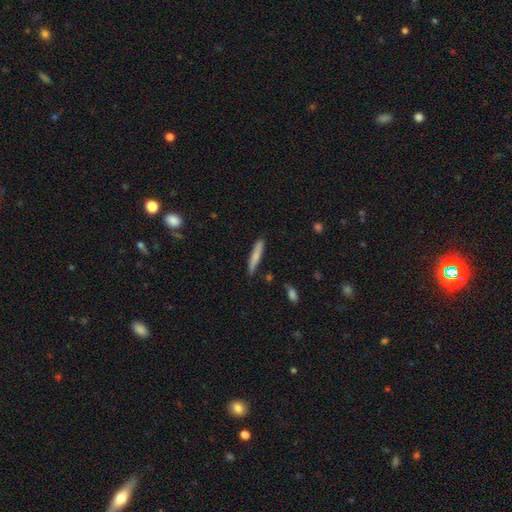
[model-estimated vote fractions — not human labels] Morphology: type=smooth (75%); roundness=cigar-shaped (91%); merging=none (83%).